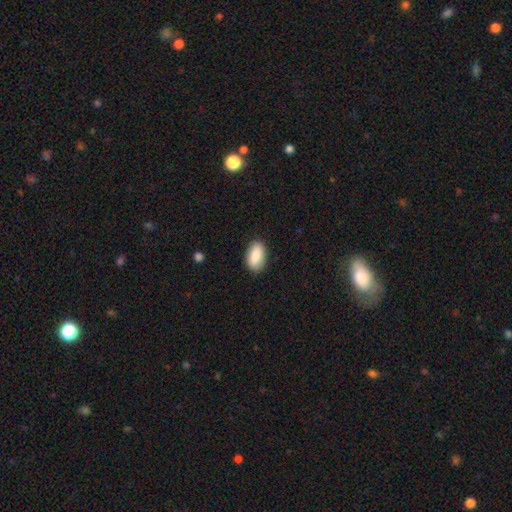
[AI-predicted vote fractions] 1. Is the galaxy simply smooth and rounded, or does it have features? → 87% smooth, 7% featured or disk, 7% star or artifact.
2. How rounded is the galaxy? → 92% in between, 4% round, 4% cigar-shaped.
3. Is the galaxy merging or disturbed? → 86% none, 10% minor disturbance, 2% major disturbance, 1% merger.